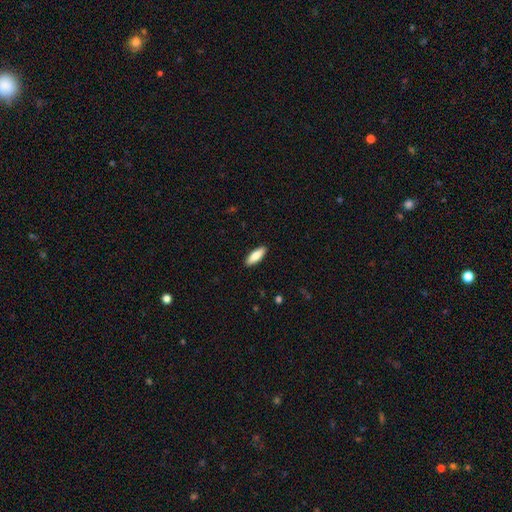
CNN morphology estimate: Q: Smooth or featured?
A: smooth (82%); runner-up: featured or disk (12%)
Q: How rounded?
A: in between (62%); runner-up: cigar-shaped (36%)
Q: Merging?
A: none (91%); runner-up: minor disturbance (7%)